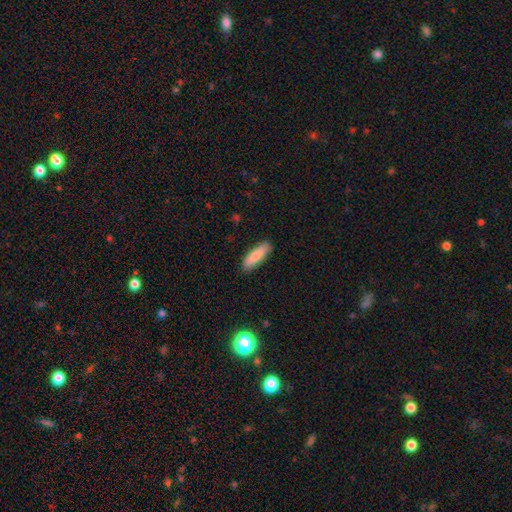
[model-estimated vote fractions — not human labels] Smooth or featured? smooth (83%)
How rounded? cigar-shaped (59%)
Merging? none (87%)